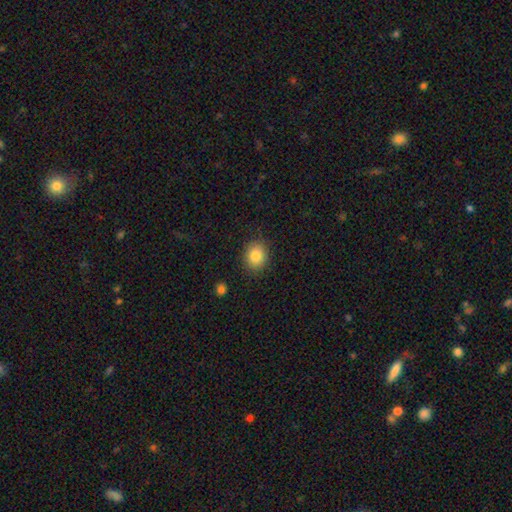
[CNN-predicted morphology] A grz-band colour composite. It shows a smooth galaxy with no disk features (85%) that is round (59%). Merging: none (87%).